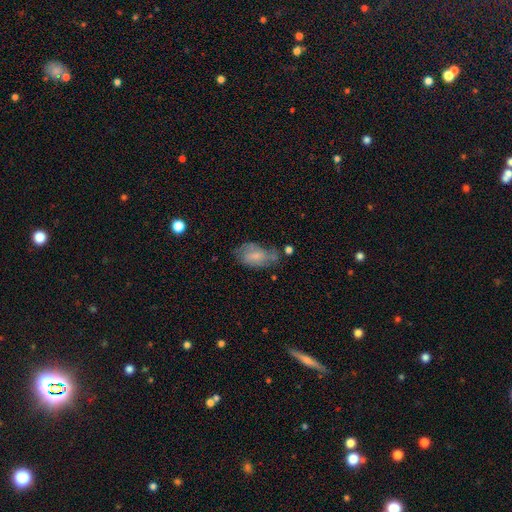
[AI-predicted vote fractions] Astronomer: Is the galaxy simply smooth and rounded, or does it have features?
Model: smooth — 53% (runner-up: featured or disk, 38%).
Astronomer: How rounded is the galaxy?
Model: in between — 90%.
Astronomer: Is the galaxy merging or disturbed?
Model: none — 45% (runner-up: minor disturbance, 32%).